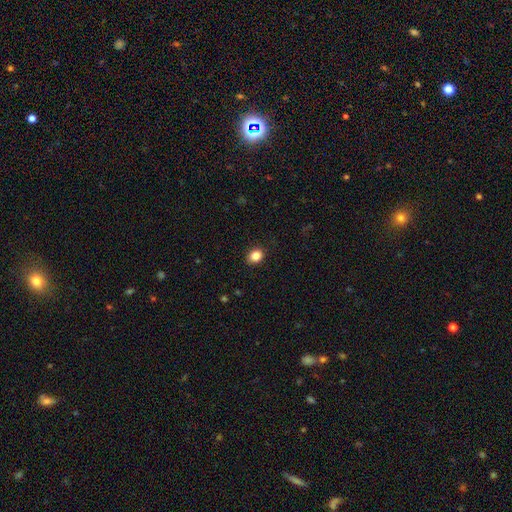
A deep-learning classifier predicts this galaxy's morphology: The model was most divided on "how rounded": round: 57%, in between: 43%, cigar-shaped: 1%. More confident: merging — none (89%); smooth or featured — smooth (86%).